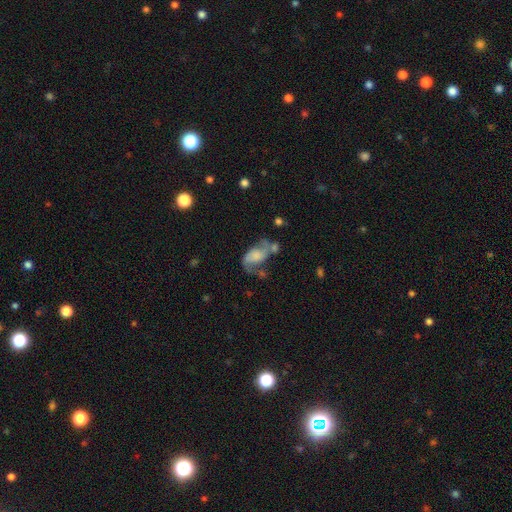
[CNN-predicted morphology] smooth-or-featured: featured or disk: 65% | smooth: 26% | star or artifact: 9%
  disk-edge-on: no: 96% | yes: 4%
    bar: no: 61% | weak: 31% | strong: 8%
    has-spiral-arms: yes: 87% | no: 13%
      spiral-winding: loose: 63% | medium: 29% | tight: 8%
      spiral-arm-count: 2: 87% | 1: 5% | can't tell: 5% | 3: 1% | 4: 1% | more than 4: 1%
    bulge-size: none: 38% | small: 21% | moderate: 20% | large: 17% | dominant: 4%
  merging: none: 38% | minor disturbance: 22% | major disturbance: 22% | merger: 18%